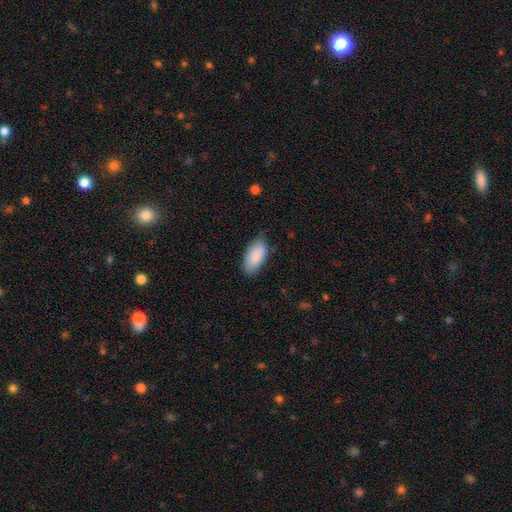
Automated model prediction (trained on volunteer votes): Smooth or featured?
  - smooth: 88% *
  - star or artifact: 6%
  - featured or disk: 6%
How rounded?
  - in between: 93% *
  - cigar-shaped: 5%
  - round: 2%
Merging?
  - none: 76% *
  - minor disturbance: 20%
  - major disturbance: 3%
  - merger: 1%